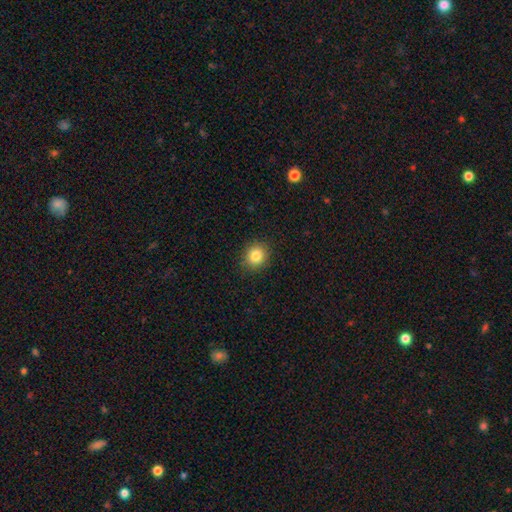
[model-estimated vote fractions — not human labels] smooth 83%, star or artifact 11%, featured or disk 6%. Down the decision tree: how rounded — round (83%); merging — none (89%).